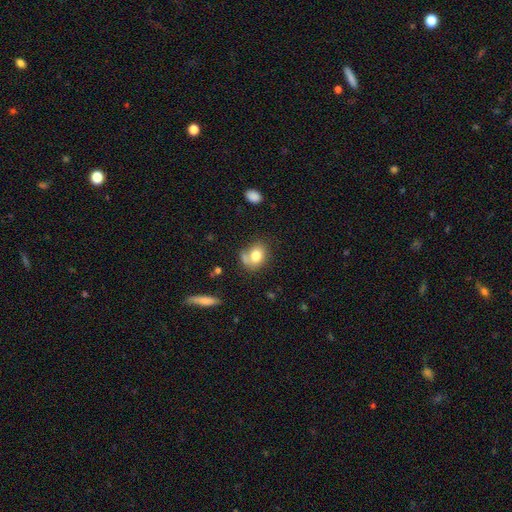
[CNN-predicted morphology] The model was most divided on "how rounded": in between: 53%, round: 46%, cigar-shaped: 1%. Remaining: smooth or featured — smooth (76%); merging — none (47%).